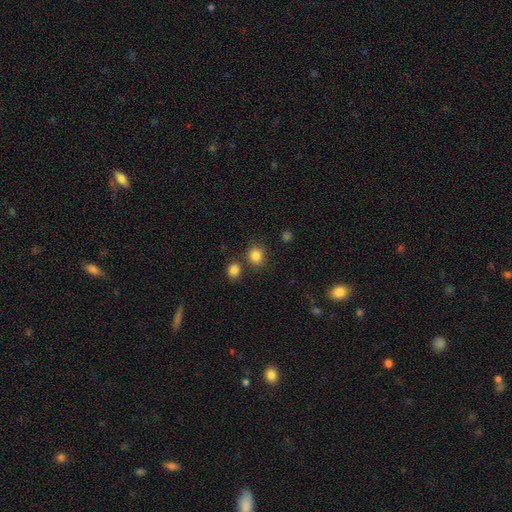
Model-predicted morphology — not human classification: Smooth or featured? Predicted: smooth (p=0.84). How rounded? Predicted: round (p=0.77). Merging? Predicted: none (p=0.75).